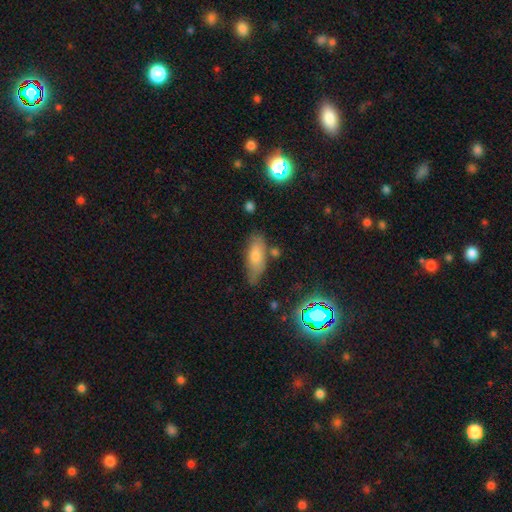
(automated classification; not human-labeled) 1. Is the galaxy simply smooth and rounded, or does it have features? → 68% smooth, 19% featured or disk, 13% star or artifact.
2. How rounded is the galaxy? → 70% in between, 26% cigar-shaped, 3% round.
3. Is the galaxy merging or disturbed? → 70% none, 20% minor disturbance, 5% merger, 5% major disturbance.